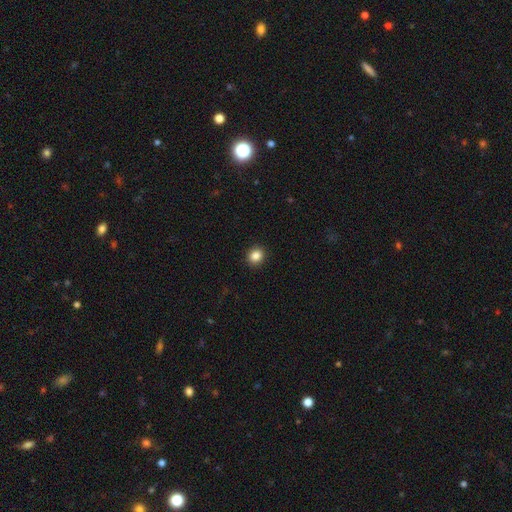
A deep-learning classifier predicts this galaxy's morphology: A smooth galaxy with no disk features (86%) that is round (82%).

Vote fractions:
- Smooth or featured? smooth: 86% / star or artifact: 10% / featured or disk: 4%
- How rounded? round: 82% / in between: 17% / cigar-shaped: 1%
- Merging? none: 92% / minor disturbance: 5% / major disturbance: 2% / merger: 1%